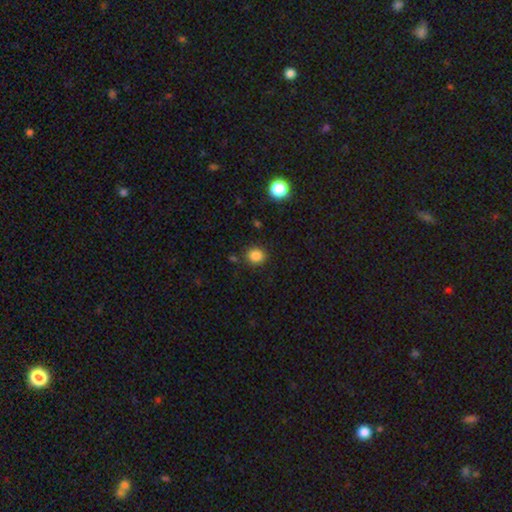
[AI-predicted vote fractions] smooth-or-featured: smooth: 84% | star or artifact: 12% | featured or disk: 4%
  how-rounded: round: 82% | in between: 17% | cigar-shaped: 1%
  merging: none: 86% | minor disturbance: 9% | merger: 3% | major disturbance: 3%